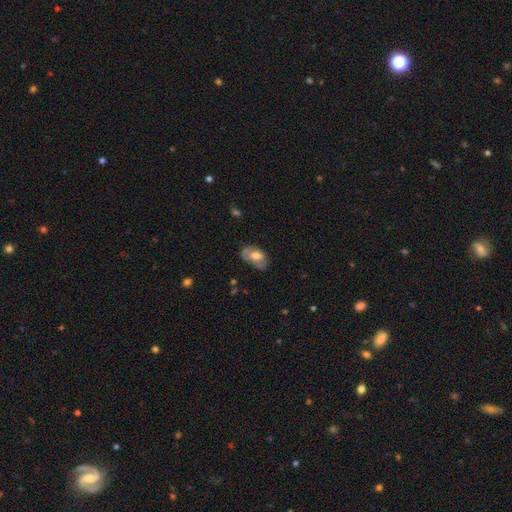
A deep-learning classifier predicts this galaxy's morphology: A featured or disk galaxy (48%). Merging: none (46%).